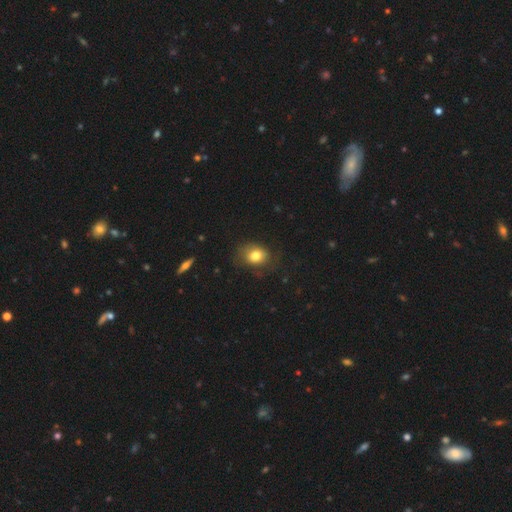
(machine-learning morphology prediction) smooth-or-featured: smooth: 77% | featured or disk: 13% | star or artifact: 9%
  how-rounded: round: 50% | in between: 49% | cigar-shaped: 1%
  merging: none: 67% | minor disturbance: 21% | major disturbance: 10% | merger: 1%